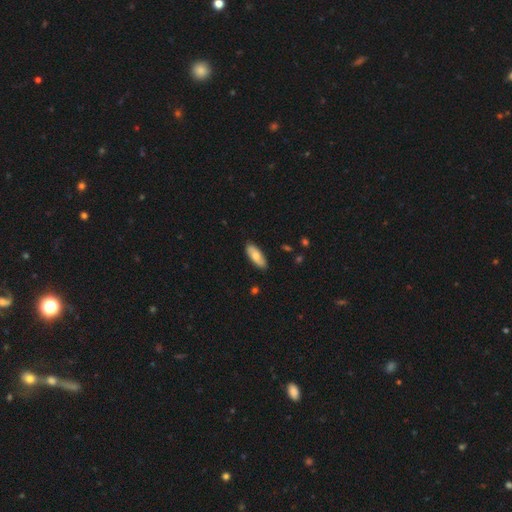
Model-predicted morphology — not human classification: The model was most divided on "smooth or featured": smooth: 72%, featured or disk: 23%, star or artifact: 5%. More confident: merging — none (88%); how rounded — in between (75%).